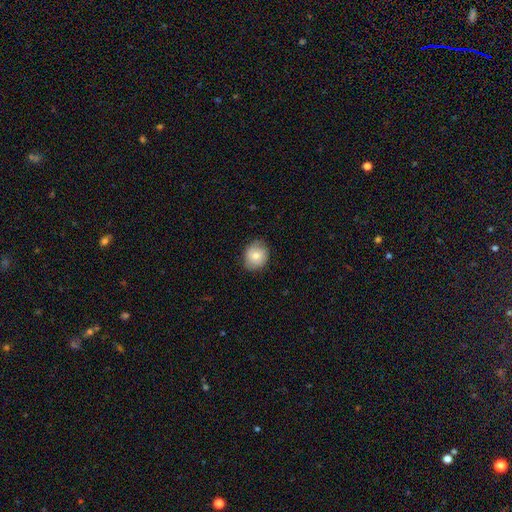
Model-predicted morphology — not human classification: The model was most divided on "how rounded": round: 68%, in between: 31%, cigar-shaped: 1%. More confident: merging — none (79%); smooth or featured — smooth (73%).